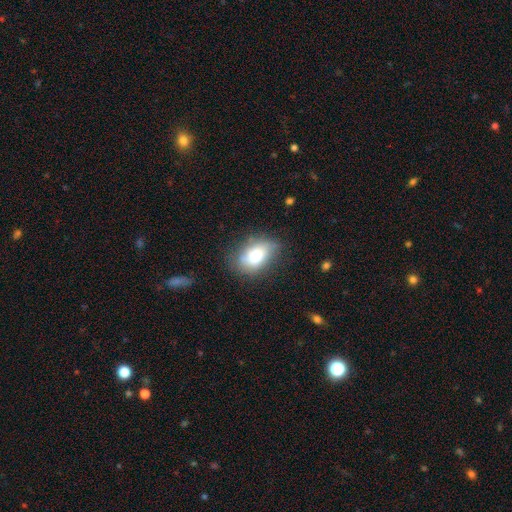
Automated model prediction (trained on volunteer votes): Smooth or featured? smooth (73%)
How rounded? in between (77%)
Merging? none (68%)